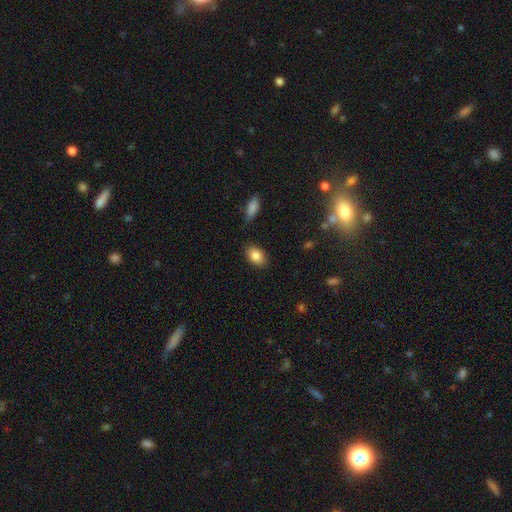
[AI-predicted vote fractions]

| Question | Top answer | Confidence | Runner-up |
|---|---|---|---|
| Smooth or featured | smooth | 85% | star or artifact (8%) |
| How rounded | in between | 86% | round (13%) |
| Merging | none | 84% | minor disturbance (11%) |